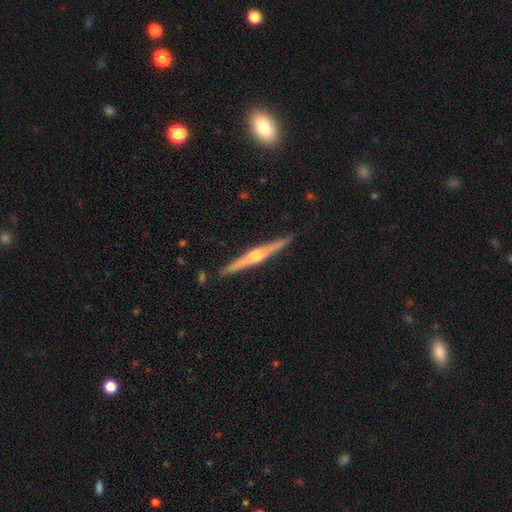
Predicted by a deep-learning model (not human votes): The model was most divided on "smooth or featured": featured or disk: 83%, smooth: 12%, star or artifact: 5%. More confident: edge-on disk — yes (98%); merging — none (92%); edge-on bulge — rounded (86%).